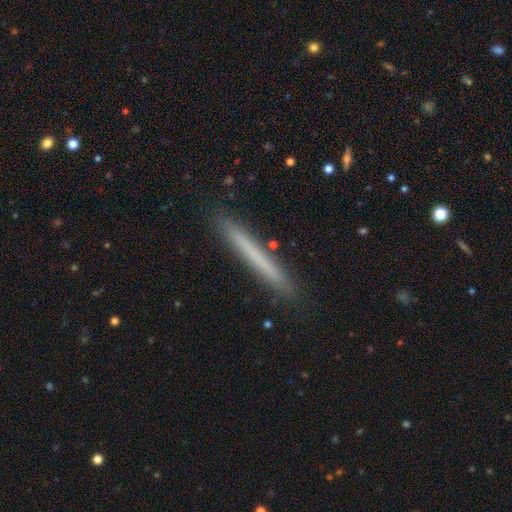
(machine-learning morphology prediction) smooth-or-featured: smooth: 62% | featured or disk: 31% | star or artifact: 7%
  how-rounded: cigar-shaped: 97% | in between: 2% | round: 1%
  merging: none: 90% | minor disturbance: 8% | major disturbance: 1% | merger: 1%